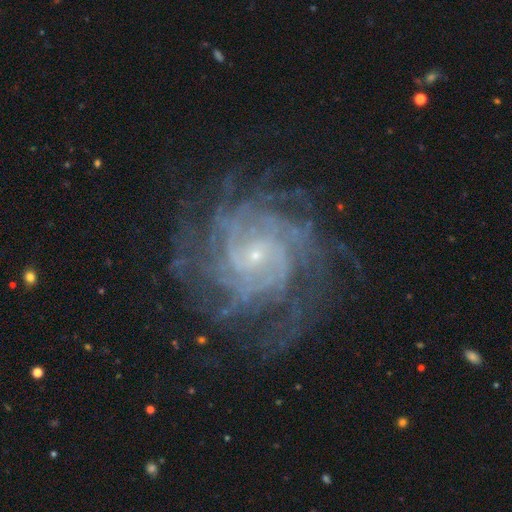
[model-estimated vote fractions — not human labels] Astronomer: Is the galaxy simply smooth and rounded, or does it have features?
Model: featured or disk — 88%.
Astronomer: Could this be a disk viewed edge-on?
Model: no — 98%.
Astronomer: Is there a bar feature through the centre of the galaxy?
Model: no — 65%.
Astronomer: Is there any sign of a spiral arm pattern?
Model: yes — 97%.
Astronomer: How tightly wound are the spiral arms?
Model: tight — 70%.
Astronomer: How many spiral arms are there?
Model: more than 4 — 29% (runner-up: can't tell, 25%).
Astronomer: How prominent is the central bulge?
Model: small — 88%.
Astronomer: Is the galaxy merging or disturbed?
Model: none — 76%.